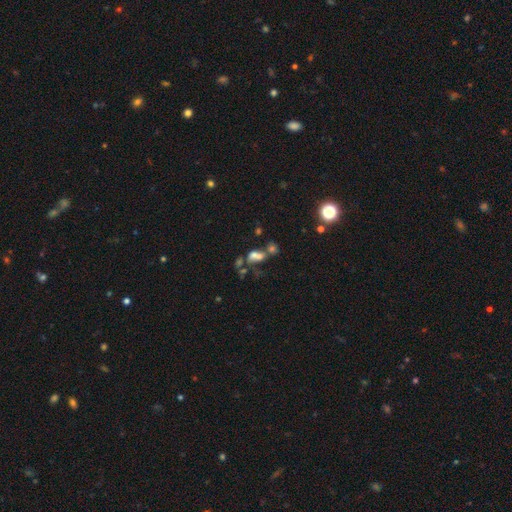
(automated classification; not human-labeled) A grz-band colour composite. It shows a smooth galaxy with no disk features (52%) that is in between round and cigar-shaped (67%). Merging: merger (57%).